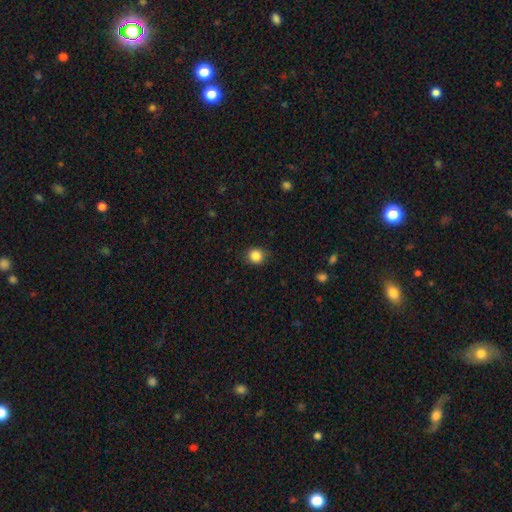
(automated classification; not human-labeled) Morphology: type=smooth (86%); roundness=round (84%); merging=none (85%).